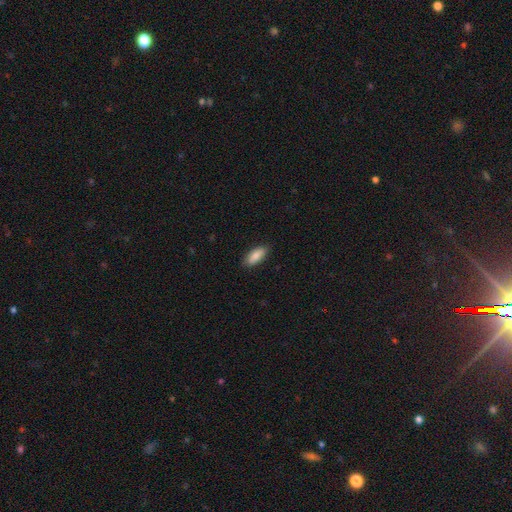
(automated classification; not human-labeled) Q: Smooth or featured?
A: smooth (88%); runner-up: featured or disk (6%)
Q: How rounded?
A: in between (80%); runner-up: cigar-shaped (18%)
Q: Merging?
A: none (87%); runner-up: minor disturbance (10%)